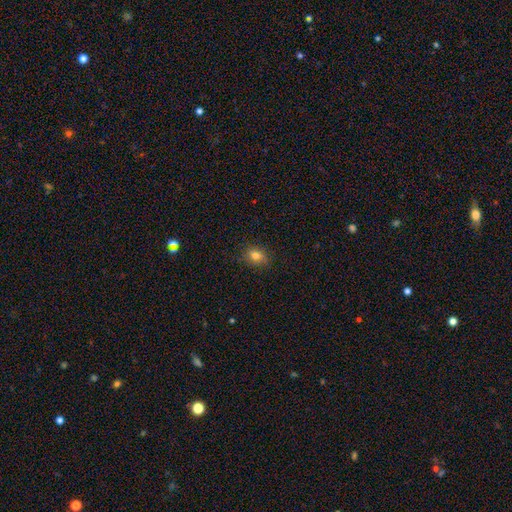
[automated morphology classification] type=smooth (80%); roundness=in between (55%); merging=none (84%).